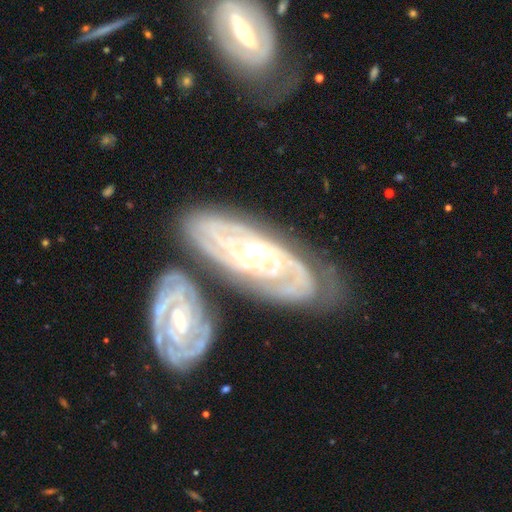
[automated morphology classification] Smooth or featured: featured or disk — 87% (smooth — 8%)
Edge-on disk: no — 90% (yes — 10%)
Bar: no — 49% (weak — 32%)
Spiral arms: yes — 95% (no — 5%)
Spiral winding: tight — 74% (medium — 22%)
Spiral arm count: 2 — 30% (tied with can't tell — 30%)
Bulge size: moderate — 68% (large — 15%)
Merging: none — 54% (merger — 26%)